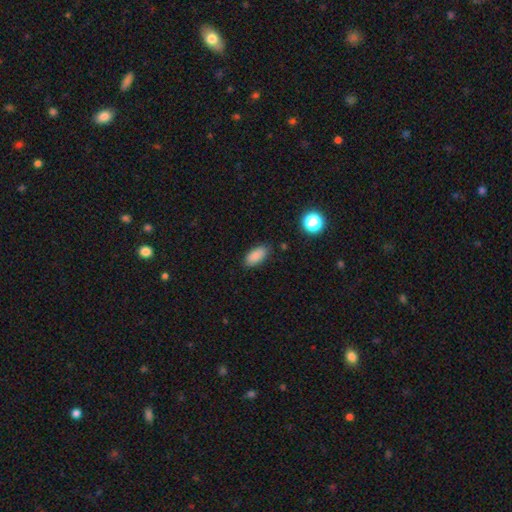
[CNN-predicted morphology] The model was most divided on "merging": none: 84%, minor disturbance: 12%, major disturbance: 3%, merger: 2%. More confident: how rounded — in between (89%); smooth or featured — smooth (86%).